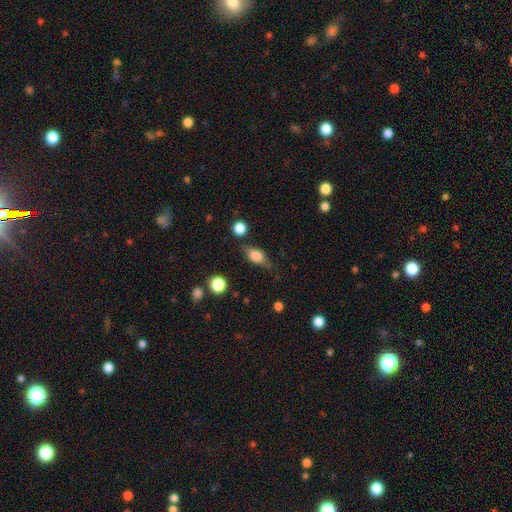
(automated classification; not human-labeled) A smooth galaxy with no disk features (64%) that is in between round and cigar-shaped (73%). Merging: none (64%).